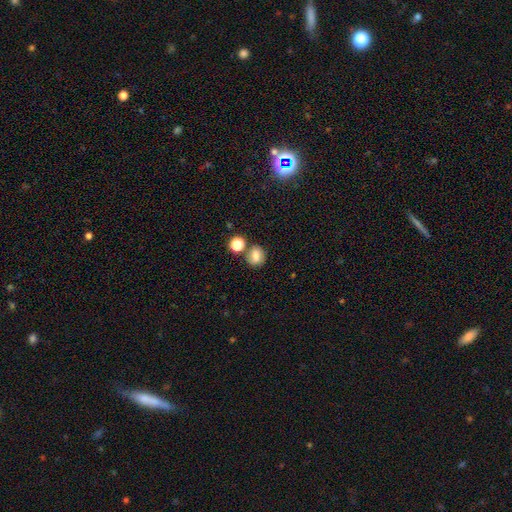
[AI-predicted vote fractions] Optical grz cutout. It shows a smooth galaxy with no disk features (76%) that is round (61%). Merging: none (65%).